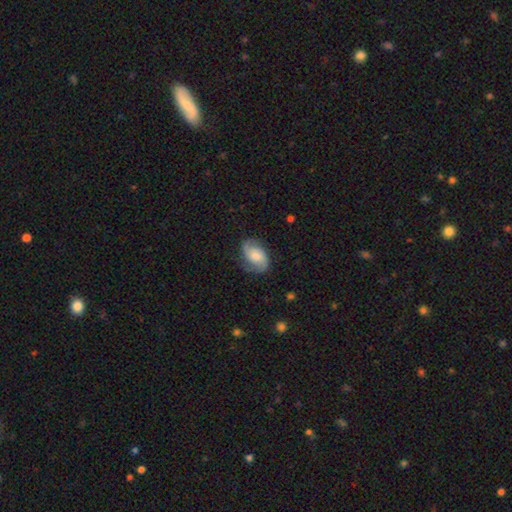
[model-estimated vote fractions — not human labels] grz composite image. It shows a featured or disk galaxy (70%) with no bar (64%), 2 (88%) medium (46%) spiral arms (94%) and a moderate central bulge (45%). Merging: none (76%).